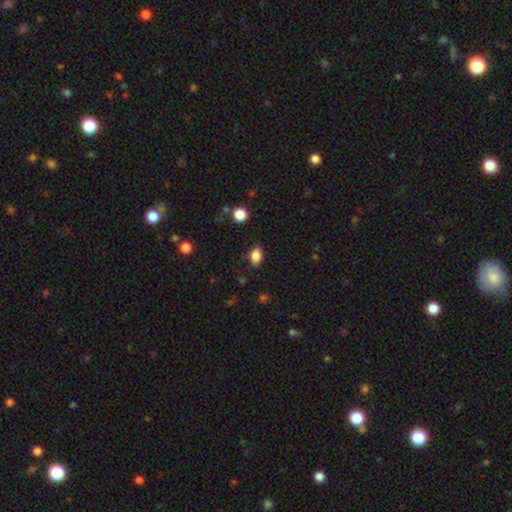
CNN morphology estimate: A smooth galaxy with no disk features (86%) that is in between round and cigar-shaped (85%). Merging: none (83%).